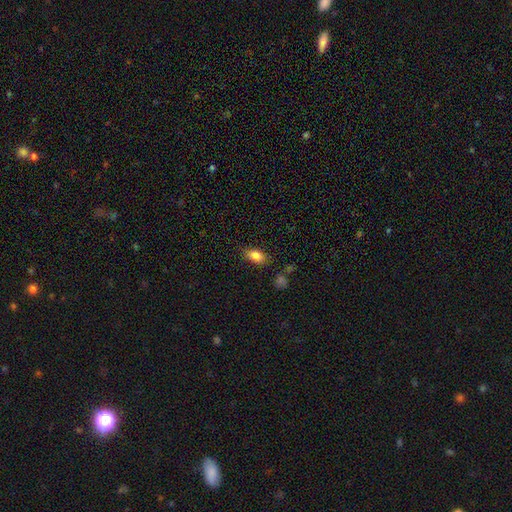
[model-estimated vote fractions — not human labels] smooth 83%, star or artifact 9%, featured or disk 8%. Down the decision tree: how rounded — in between (87%); merging — none (81%).